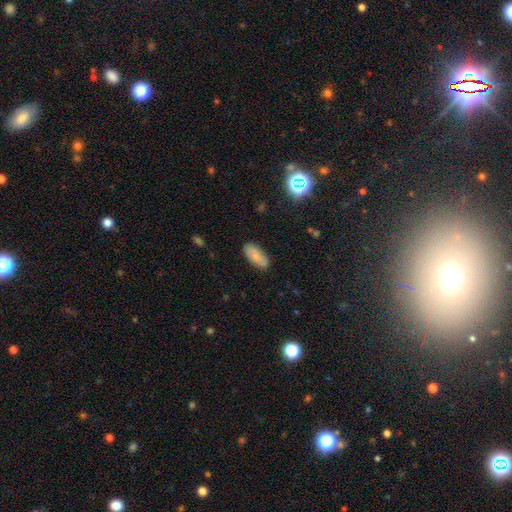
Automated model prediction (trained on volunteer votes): This appears to be a smooth galaxy with no disk features (78%) that is in between round and cigar-shaped (86%). Merging: none (82%).